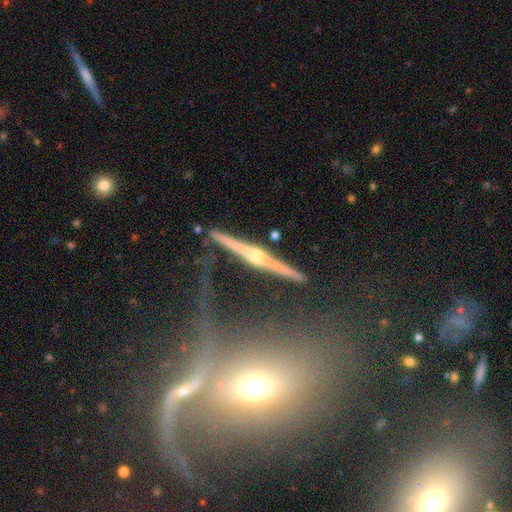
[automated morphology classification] A featured or disk galaxy (86%) viewed edge-on (95%) with a rounded central bulge (91%). Merging: none (79%).